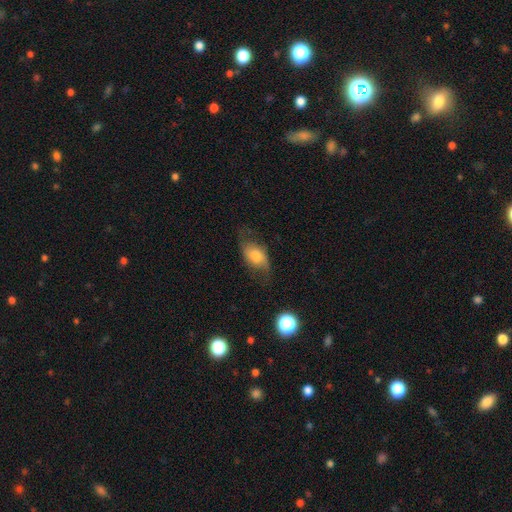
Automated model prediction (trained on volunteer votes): Smooth or featured? Predicted: smooth (p=0.56). How rounded? Predicted: in between (p=0.87). Merging? Predicted: none (p=0.57).